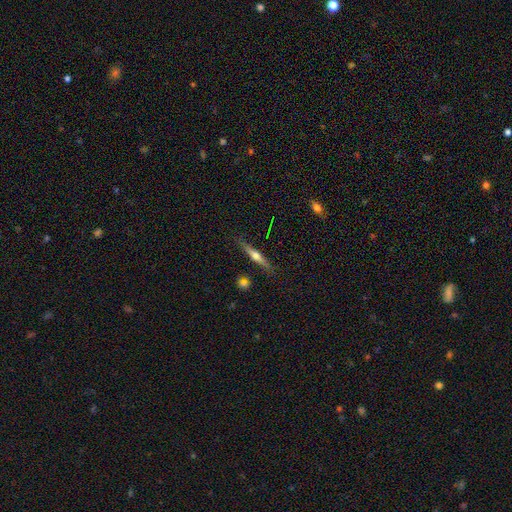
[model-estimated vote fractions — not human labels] Morphology: type=featured or disk (59%); edge-on=yes (96%); edge-on bulge=rounded (88%); merging=none (83%).